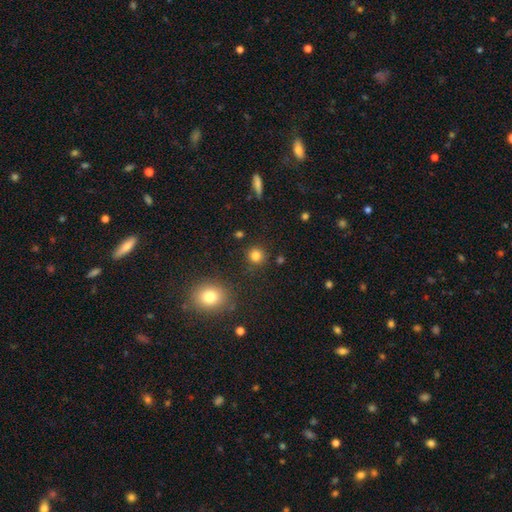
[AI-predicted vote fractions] Smooth or featured: smooth — 82% (star or artifact — 13%)
How rounded: round — 92% (in between — 7%)
Merging: none — 89% (minor disturbance — 6%)